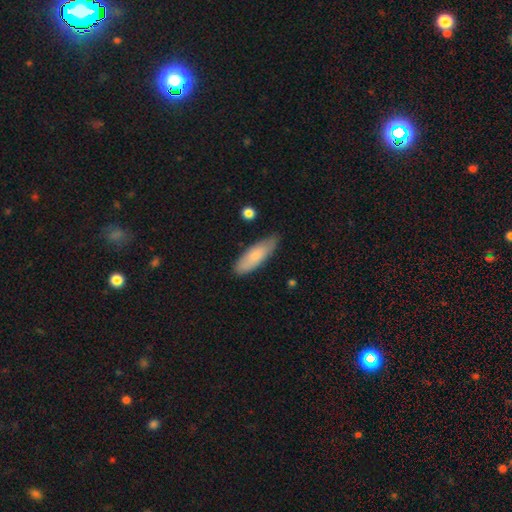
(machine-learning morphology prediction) smooth_or_featured: smooth (p=0.78) [alt: featured or disk p=0.16]
how_rounded: in between (p=0.53) [alt: cigar-shaped p=0.45]
merging: none (p=0.76) [alt: minor disturbance p=0.20]